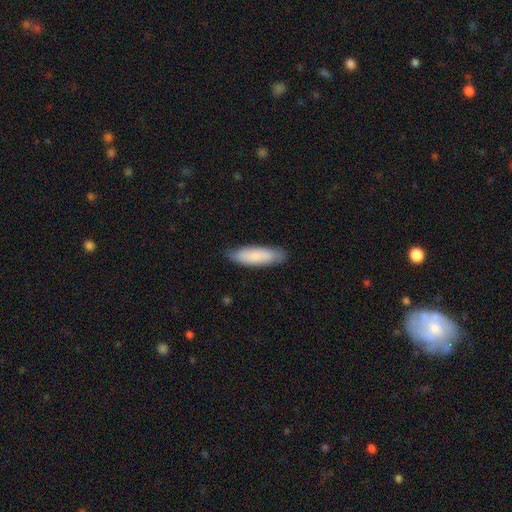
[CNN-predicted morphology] Smooth or featured: smooth — 82% (featured or disk — 13%)
How rounded: cigar-shaped — 55% (in between — 44%)
Merging: none — 84% (minor disturbance — 13%)